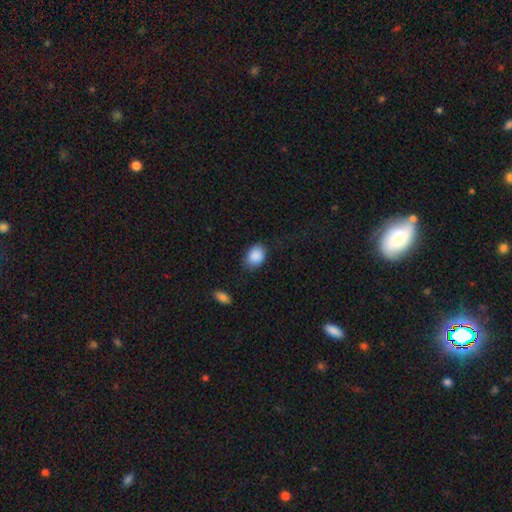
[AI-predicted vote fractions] The model was most divided on "how rounded": in between: 67%, round: 32%, cigar-shaped: 1%. More confident: smooth or featured — smooth (89%); merging — none (71%).